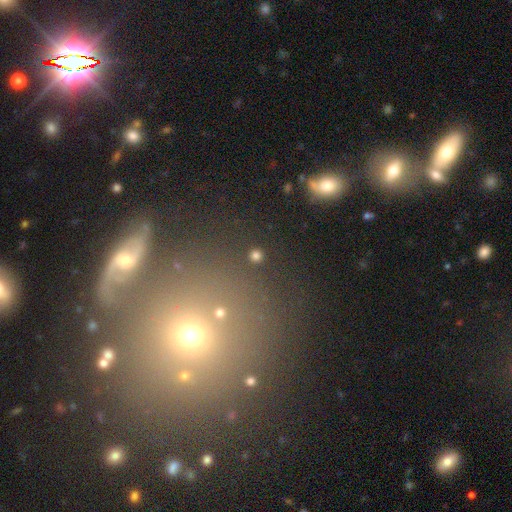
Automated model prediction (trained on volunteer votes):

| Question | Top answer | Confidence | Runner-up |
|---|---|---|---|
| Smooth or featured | smooth | 79% | star or artifact (17%) |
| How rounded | round | 95% | in between (4%) |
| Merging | none | 91% | minor disturbance (4%) |